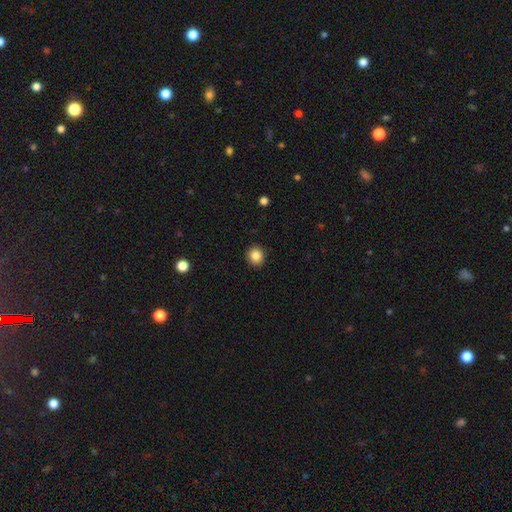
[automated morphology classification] Overall: smooth (85%). How rounded: round (88%). Merging: none (92%).